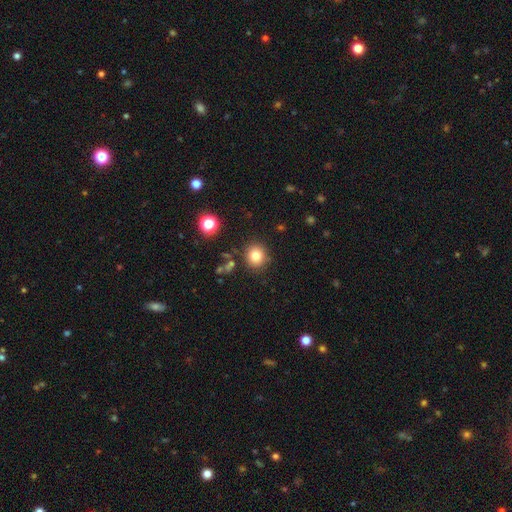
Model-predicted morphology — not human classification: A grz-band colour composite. It shows a smooth galaxy with no disk features (80%) that is round (86%). Merging: none (85%).